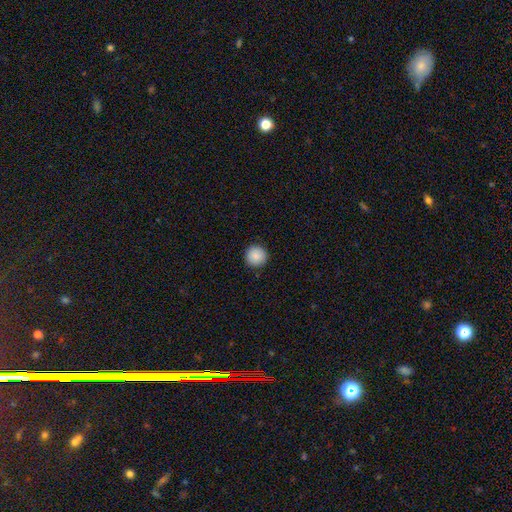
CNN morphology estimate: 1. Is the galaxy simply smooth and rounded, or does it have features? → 89% smooth, 8% star or artifact, 3% featured or disk.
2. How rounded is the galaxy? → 96% round, 3% in between, 1% cigar-shaped.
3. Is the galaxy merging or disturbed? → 93% none, 5% minor disturbance, 2% major disturbance, 1% merger.